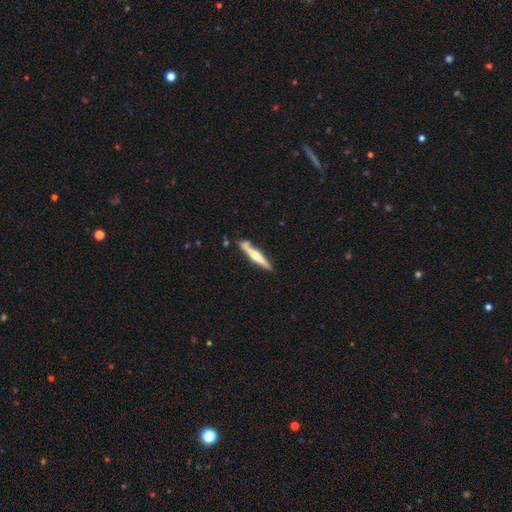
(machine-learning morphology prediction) Q: Smooth or featured?
A: featured or disk (56%); runner-up: smooth (39%)
Q: Edge-on disk?
A: yes (96%); runner-up: no (4%)
Q: Edge-on bulge?
A: rounded (69%); runner-up: boxy (16%)
Q: Merging?
A: none (75%); runner-up: minor disturbance (16%)